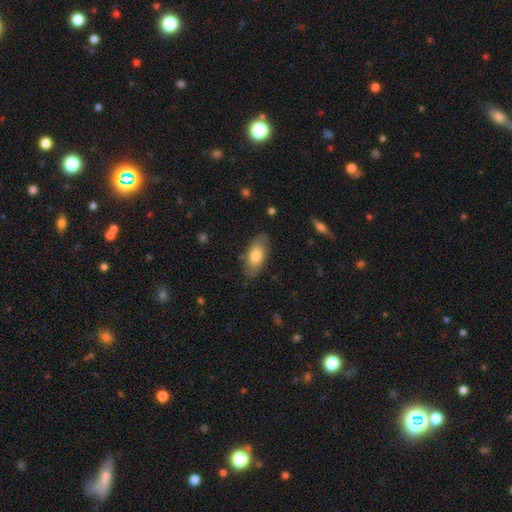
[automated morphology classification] Smooth or featured: smooth — 75% (featured or disk — 19%)
How rounded: in between — 88% (cigar-shaped — 9%)
Merging: none — 81% (minor disturbance — 14%)